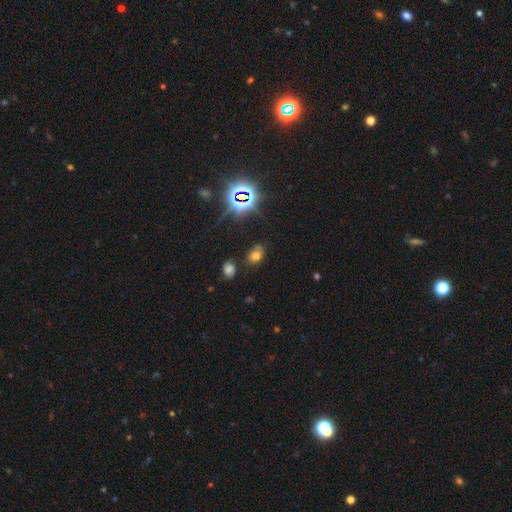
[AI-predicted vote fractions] A smooth galaxy with no disk features (60%) that is in between round and cigar-shaped (69%).

Vote fractions:
- Smooth or featured? smooth: 60% / star or artifact: 30% / featured or disk: 10%
- How rounded? in between: 69% / round: 29% / cigar-shaped: 2%
- Merging? none: 74% / minor disturbance: 16% / merger: 5% / major disturbance: 5%